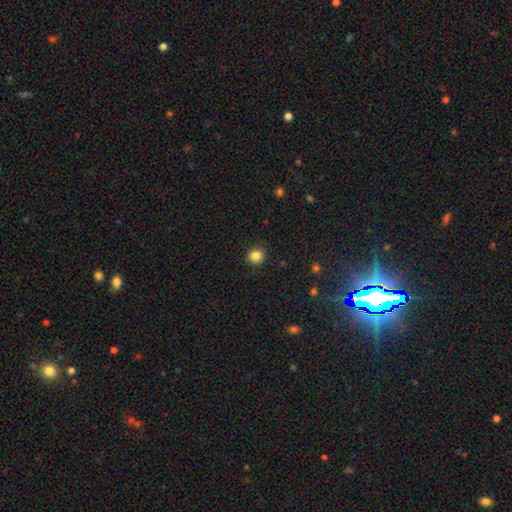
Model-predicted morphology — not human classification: smooth 85%, star or artifact 11%, featured or disk 4%. Down the decision tree: how rounded — round (85%); merging — none (89%).